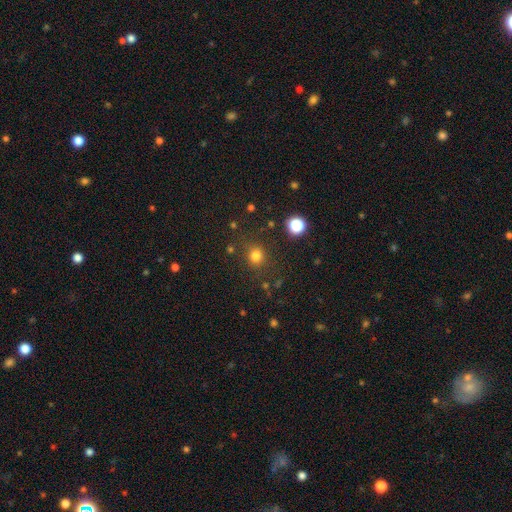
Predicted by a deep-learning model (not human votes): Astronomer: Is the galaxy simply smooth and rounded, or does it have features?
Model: smooth — 78%.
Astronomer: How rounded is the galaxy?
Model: round — 84%.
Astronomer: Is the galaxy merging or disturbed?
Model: none — 83%.